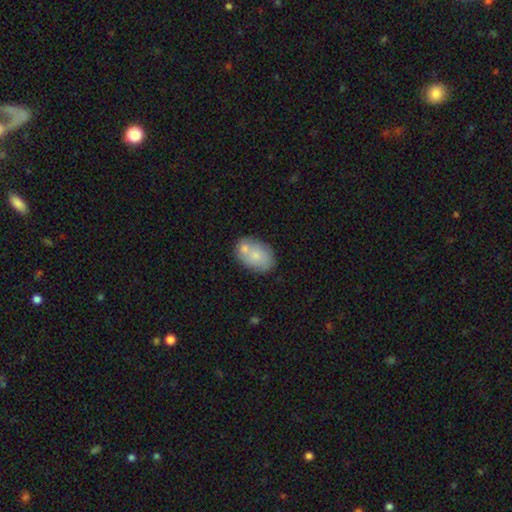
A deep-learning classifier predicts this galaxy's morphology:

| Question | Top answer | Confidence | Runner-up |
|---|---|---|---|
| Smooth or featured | smooth | 71% | featured or disk (23%) |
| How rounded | in between | 83% | round (15%) |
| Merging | none | 49% | merger (30%) |